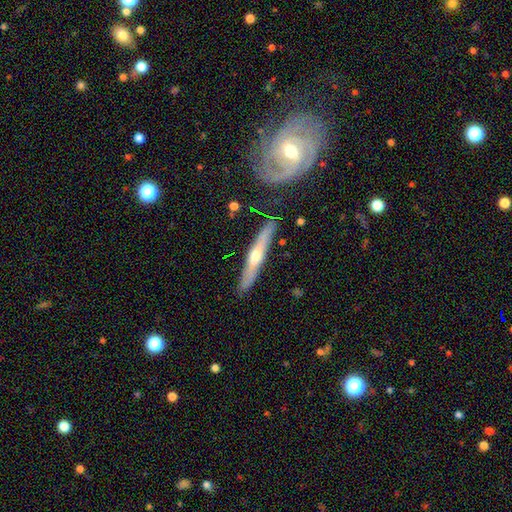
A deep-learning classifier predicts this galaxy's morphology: Smooth or featured: featured or disk — 61% (smooth — 34%)
Edge-on disk: yes — 91% (no — 9%)
Edge-on bulge: rounded — 83% (none — 13%)
Merging: none — 85% (minor disturbance — 10%)